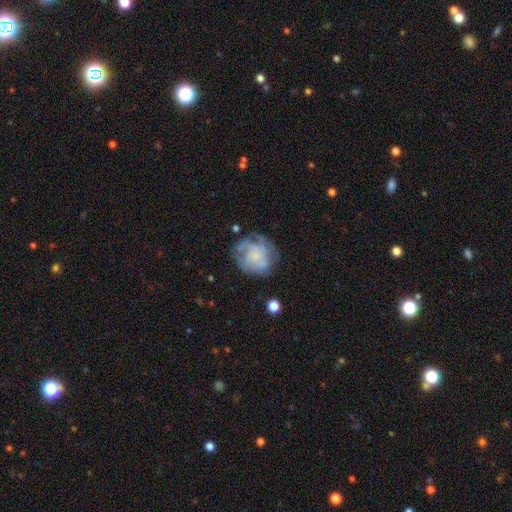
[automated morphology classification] Overall: featured or disk (68%). Edge-on disk: no (98%). Bar: no (79%). Spiral arms: yes (83%). Spiral arm count: can't tell (39%; 3 23%). Spiral winding: tight (51%; medium 34%). Bulge size: small (57%; none 22%). Merging: none (61%).